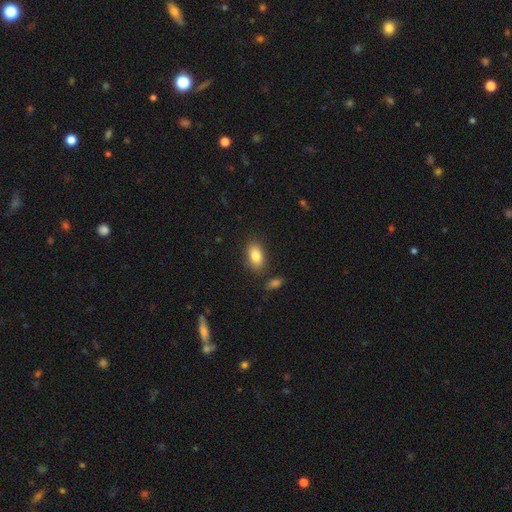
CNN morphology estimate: smooth-or-featured: smooth: 84% | featured or disk: 9% | star or artifact: 8%
  how-rounded: in between: 90% | round: 7% | cigar-shaped: 3%
  merging: none: 83% | minor disturbance: 11% | merger: 4% | major disturbance: 3%